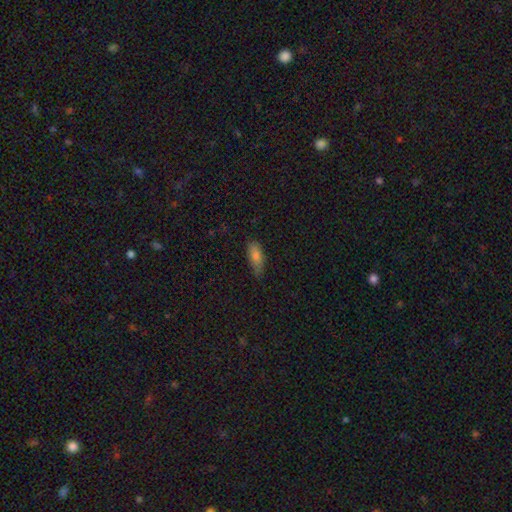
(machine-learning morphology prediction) smooth_or_featured: smooth (p=0.77) [alt: featured or disk p=0.14]
how_rounded: in between (p=0.70) [alt: cigar-shaped p=0.28]
merging: none (p=0.70) [alt: minor disturbance p=0.25]